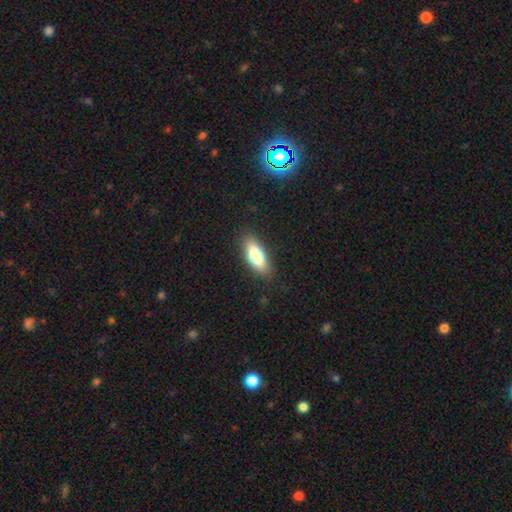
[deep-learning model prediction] The model was most divided on "how rounded": in between: 69%, cigar-shaped: 29%, round: 2%. More confident: merging — none (86%); smooth or featured — smooth (75%).